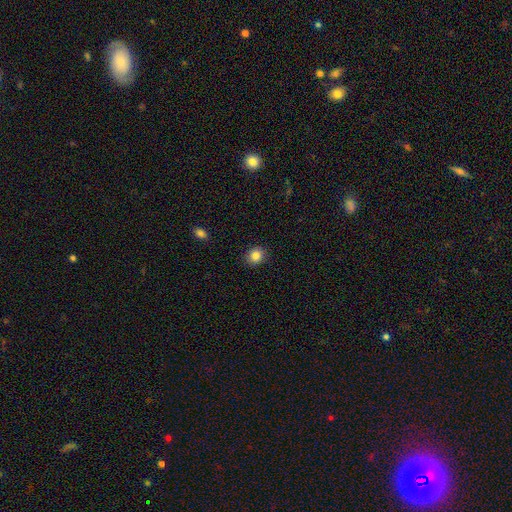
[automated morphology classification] Smooth or featured? smooth (85%)
How rounded? round (78%)
Merging? none (89%)